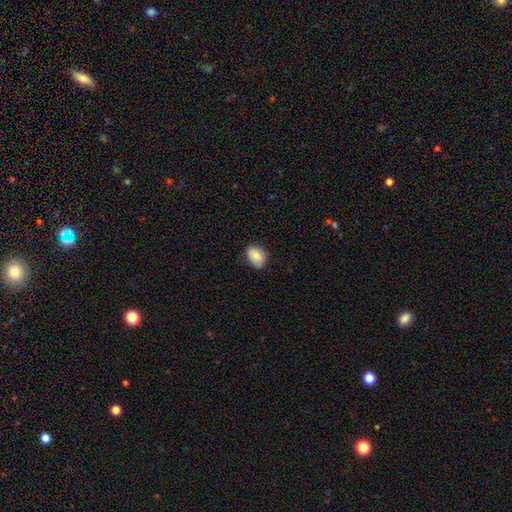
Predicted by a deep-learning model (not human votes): smooth 79%, featured or disk 13%, star or artifact 8%. Down the decision tree: how rounded — in between (73%); merging — none (74%).